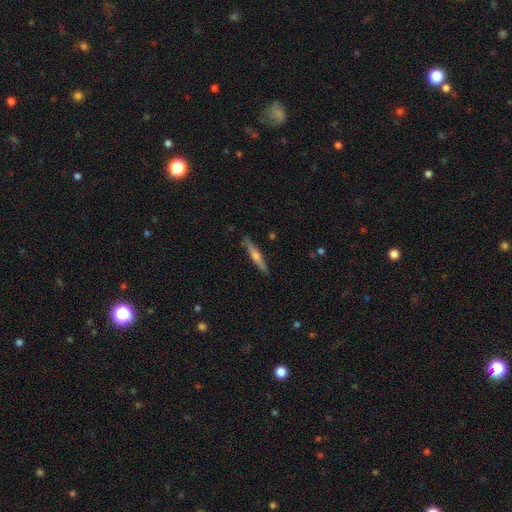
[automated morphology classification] The model was most divided on "smooth or featured": featured or disk: 65%, smooth: 29%, star or artifact: 6%. More confident: edge-on disk — yes (97%); merging — none (90%); edge-on bulge — rounded (83%).